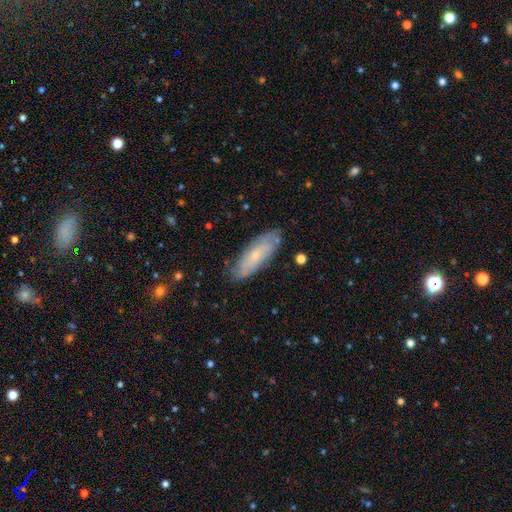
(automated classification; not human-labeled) smooth-or-featured: smooth: 49% | featured or disk: 43% | star or artifact: 7%
  merging: none: 78% | minor disturbance: 17% | major disturbance: 3% | merger: 2%